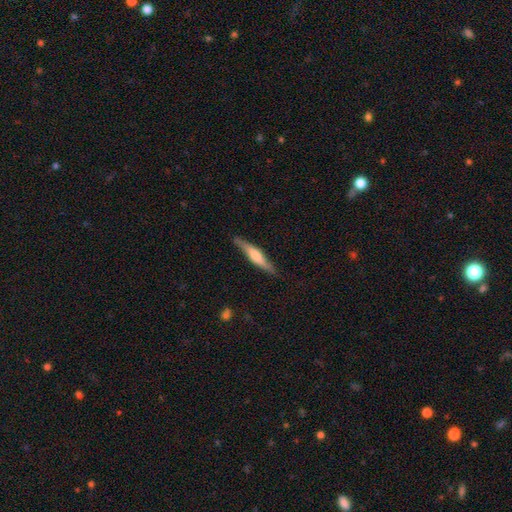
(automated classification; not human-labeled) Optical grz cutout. It shows a featured or disk galaxy (51%) viewed edge-on (92%). Merging: none (83%).